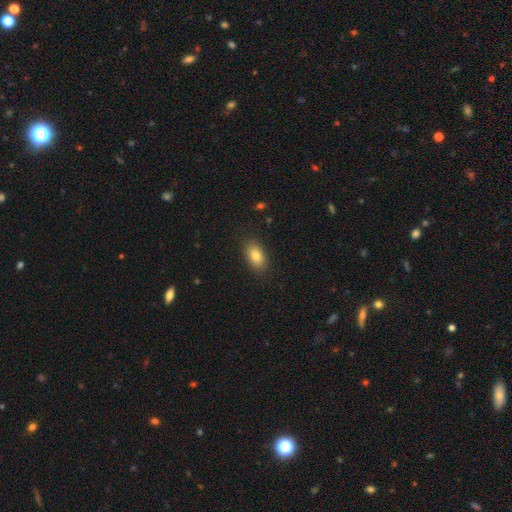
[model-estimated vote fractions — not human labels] Smooth or featured? Predicted: smooth (p=0.83). How rounded? Predicted: in between (p=0.90). Merging? Predicted: none (p=0.88).